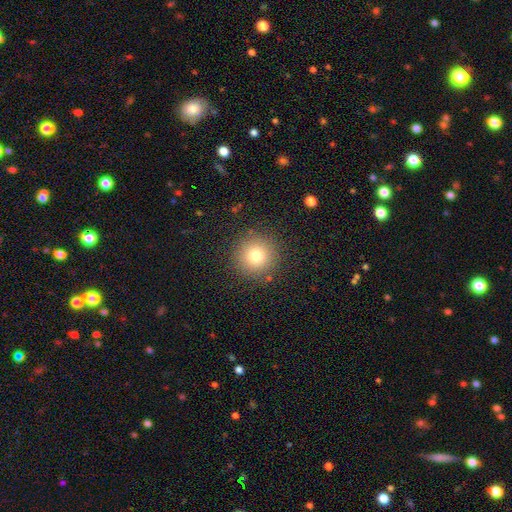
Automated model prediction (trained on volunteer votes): A smooth galaxy with no disk features (77%) that is round (95%).

Vote fractions:
- Smooth or featured? smooth: 77% / star or artifact: 14% / featured or disk: 10%
- How rounded? round: 95% / in between: 4% / cigar-shaped: 1%
- Merging? none: 89% / minor disturbance: 7% / major disturbance: 3% / merger: 2%